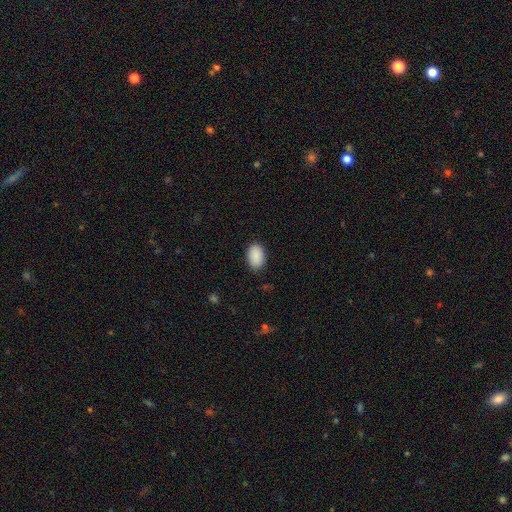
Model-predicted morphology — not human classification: Smooth or featured: smooth — 91% (star or artifact — 6%)
How rounded: in between — 89% (round — 10%)
Merging: none — 87% (minor disturbance — 10%)